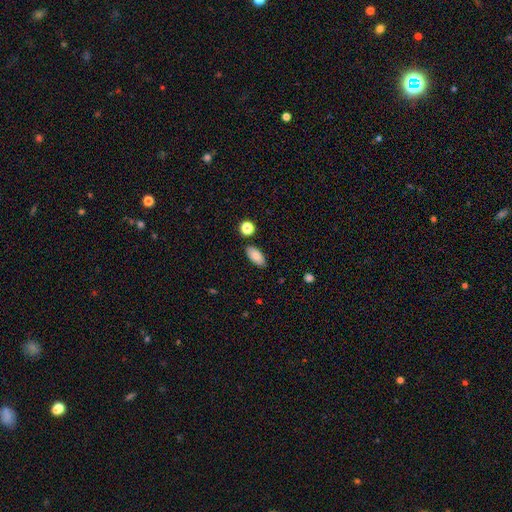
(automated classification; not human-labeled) A smooth galaxy with no disk features (86%) that is in between round and cigar-shaped (89%).

Vote fractions:
- Smooth or featured? smooth: 86% / star or artifact: 7% / featured or disk: 6%
- How rounded? in between: 89% / cigar-shaped: 8% / round: 3%
- Merging? none: 84% / minor disturbance: 11% / merger: 3% / major disturbance: 2%